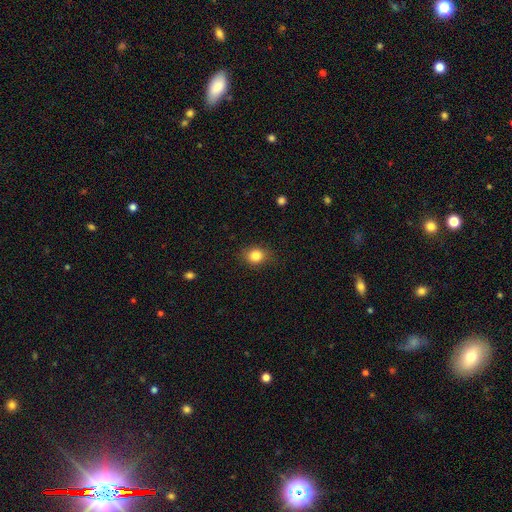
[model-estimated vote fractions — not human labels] Morphology: type=smooth (84%); roundness=round (65%); merging=none (83%).